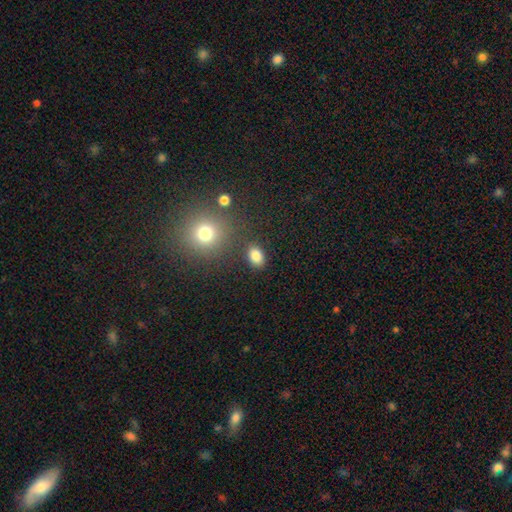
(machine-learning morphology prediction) type=smooth (84%); roundness=in between (73%); merging=none (81%).